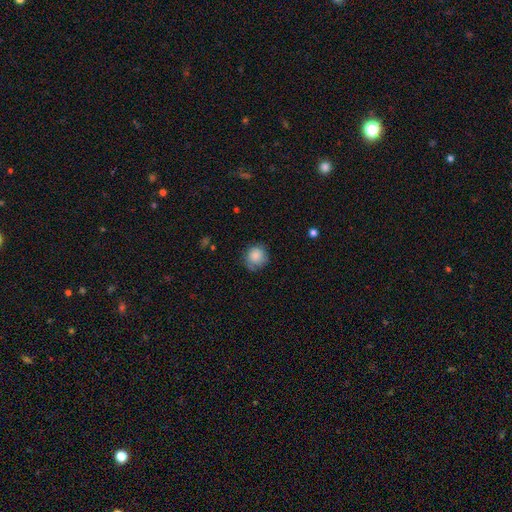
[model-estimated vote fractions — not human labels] Overall: smooth (84%). How rounded: round (89%). Merging: none (70%).